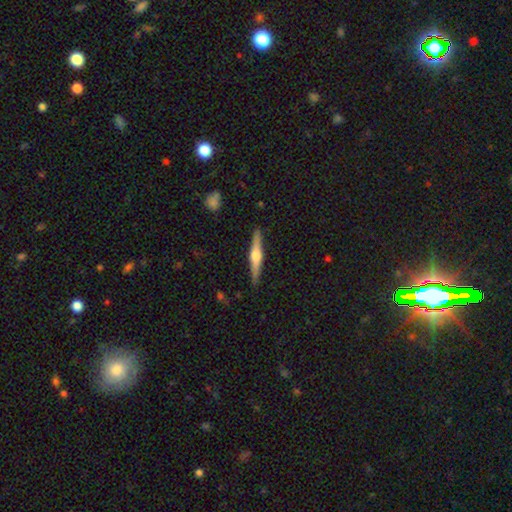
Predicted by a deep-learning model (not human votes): This appears to be a featured or disk galaxy (69%) viewed edge-on (98%) with a rounded central bulge (88%). Merging: none (90%).